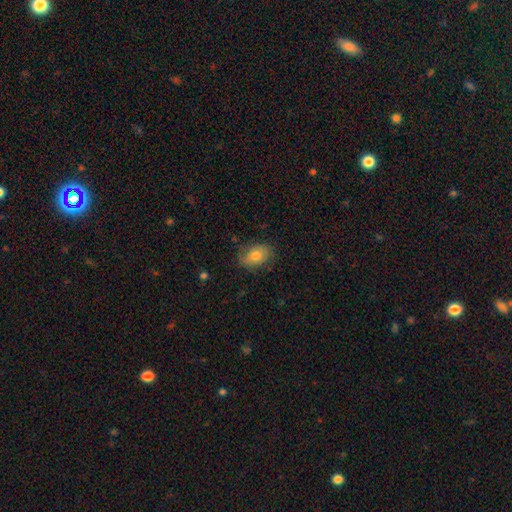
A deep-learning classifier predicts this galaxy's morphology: A smooth galaxy with no disk features (77%) that is in between round and cigar-shaped (82%). Merging: none (78%).